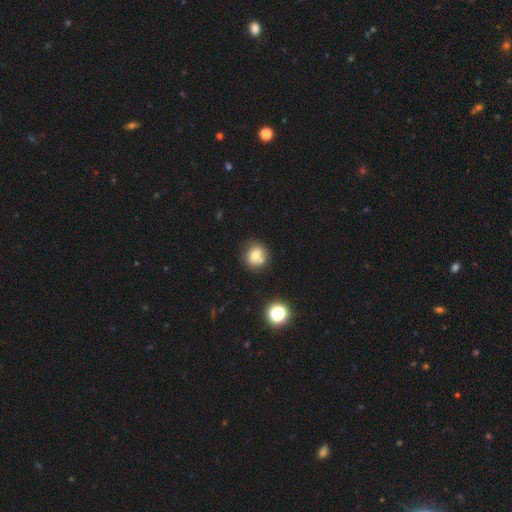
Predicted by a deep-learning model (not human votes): Smooth or featured?
  - smooth: 74% *
  - featured or disk: 14%
  - star or artifact: 13%
How rounded?
  - round: 87% *
  - in between: 12%
  - cigar-shaped: 1%
Merging?
  - none: 71% *
  - minor disturbance: 15%
  - merger: 10%
  - major disturbance: 4%